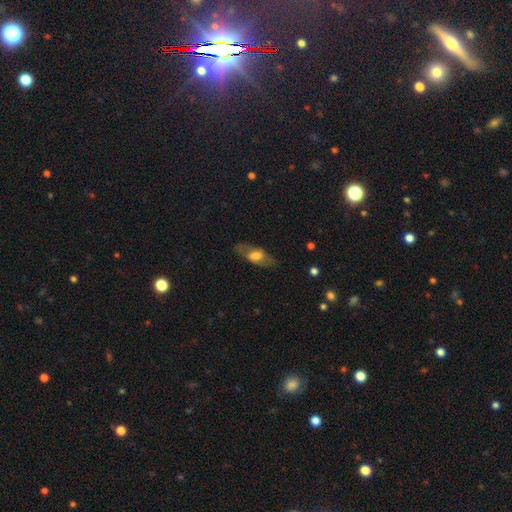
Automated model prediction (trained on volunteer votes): Smooth or featured: smooth — 47% (featured or disk — 45%)
Merging: none — 75% (minor disturbance — 16%)